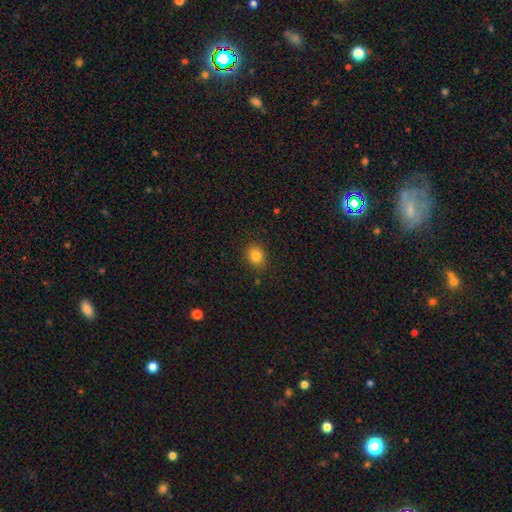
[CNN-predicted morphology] Smooth or featured? Predicted: smooth (p=0.82). How rounded? Predicted: round (p=0.61). Merging? Predicted: none (p=0.87).